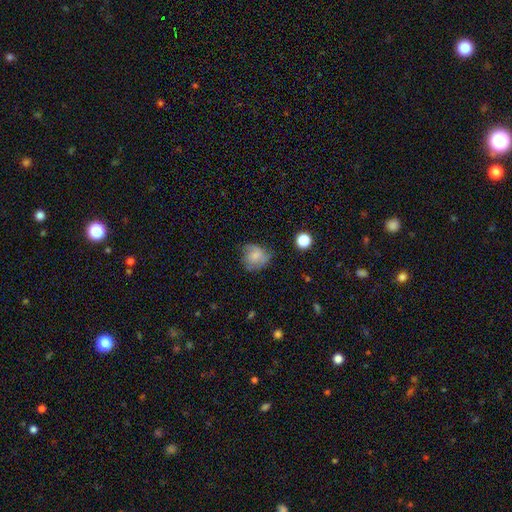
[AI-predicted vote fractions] Smooth or featured: smooth — 57% (featured or disk — 32%)
How rounded: round — 70% (in between — 29%)
Merging: none — 53% (minor disturbance — 30%)